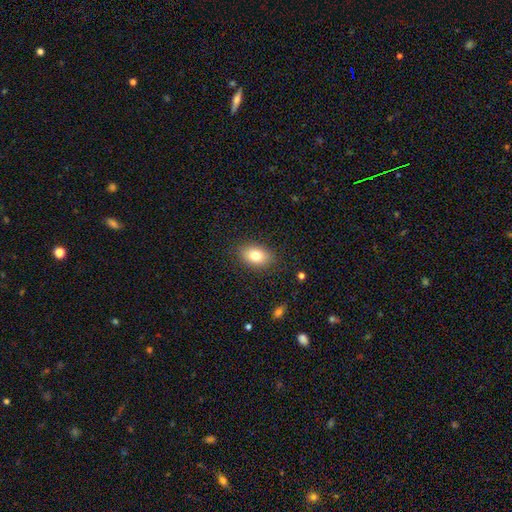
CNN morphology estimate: Overall: smooth (80%). How rounded: in between (84%). Merging: none (86%).